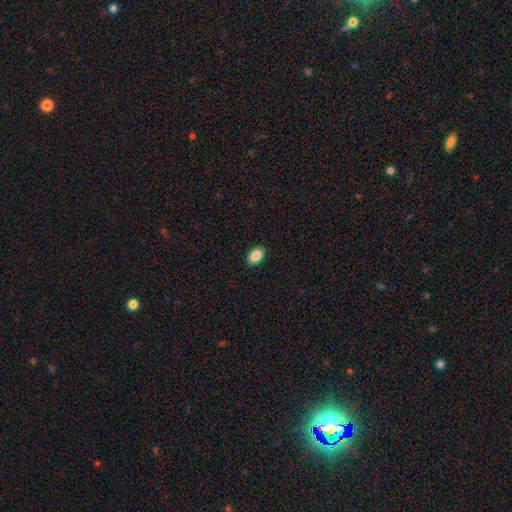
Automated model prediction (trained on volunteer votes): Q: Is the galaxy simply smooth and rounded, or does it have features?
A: smooth — 87%.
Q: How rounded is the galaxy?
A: in between — 86%.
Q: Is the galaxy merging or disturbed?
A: none — 90%.